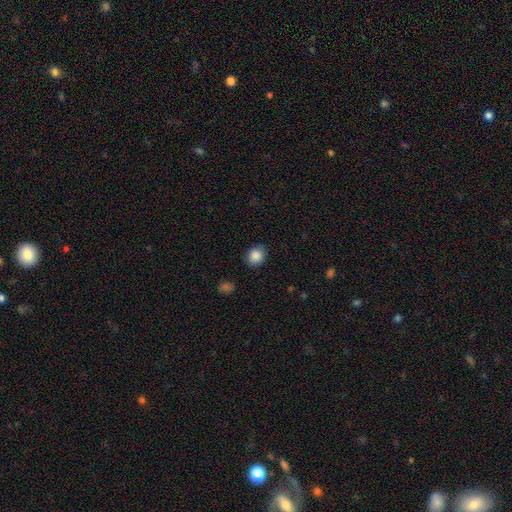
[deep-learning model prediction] smooth 87%, star or artifact 9%, featured or disk 4%. Down the decision tree: how rounded — round (72%); merging — none (86%).